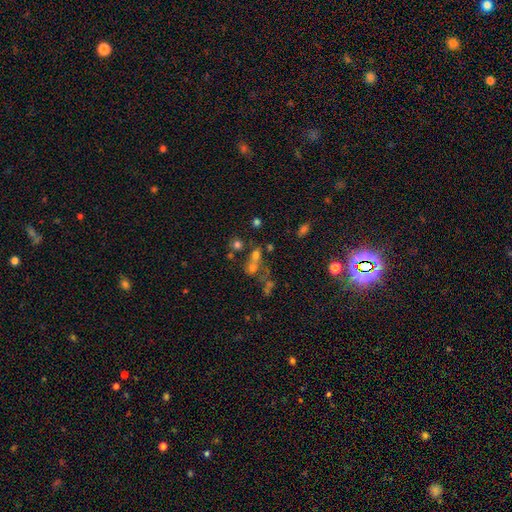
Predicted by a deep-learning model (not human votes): Smooth or featured: smooth — 58% (star or artifact — 24%)
How rounded: round — 66% (in between — 32%)
Merging: merger — 44% (none — 40%)